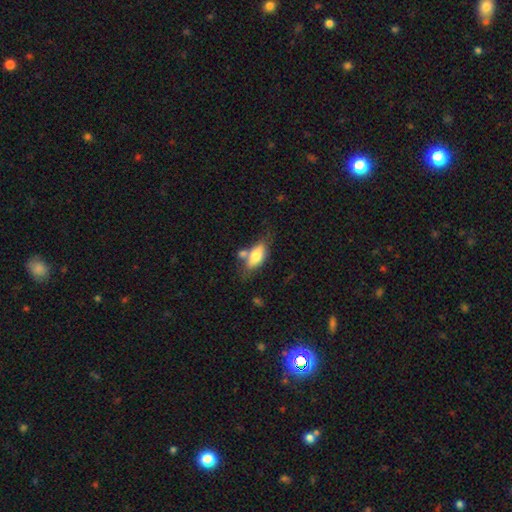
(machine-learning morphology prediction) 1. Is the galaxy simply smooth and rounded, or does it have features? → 70% smooth, 23% featured or disk, 7% star or artifact.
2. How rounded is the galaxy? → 83% in between, 13% cigar-shaped, 4% round.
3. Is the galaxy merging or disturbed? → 52% none, 20% minor disturbance, 20% merger, 8% major disturbance.